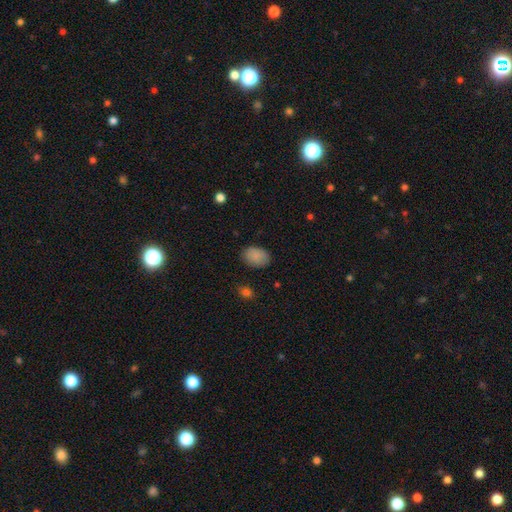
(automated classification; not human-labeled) smooth_or_featured: smooth (p=0.88) [alt: star or artifact p=0.08]
how_rounded: in between (p=0.79) [alt: round p=0.20]
merging: none (p=0.84) [alt: minor disturbance p=0.12]